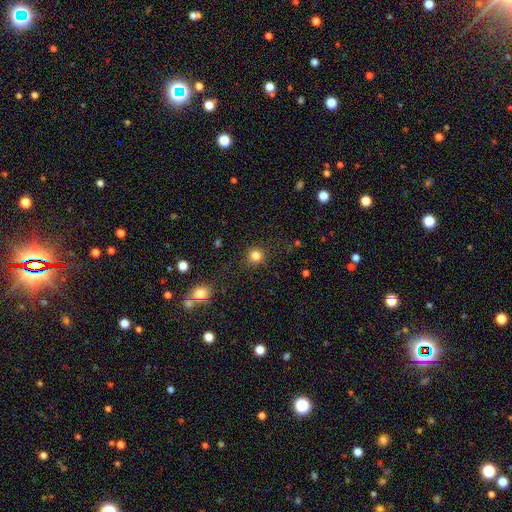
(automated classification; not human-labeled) smooth 82%, star or artifact 13%, featured or disk 5%. Down the decision tree: how rounded — round (90%); merging — none (85%).